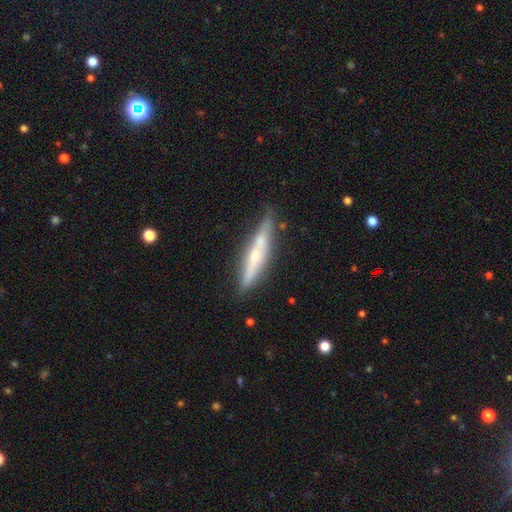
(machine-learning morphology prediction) The model was most divided on "smooth or featured": featured or disk: 64%, smooth: 30%, star or artifact: 6%. More confident: edge-on disk — yes (91%); merging — none (77%); edge-on bulge — rounded (74%).